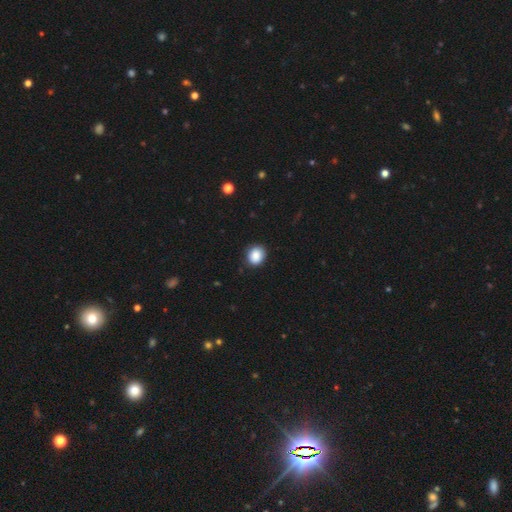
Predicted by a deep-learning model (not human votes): The model was most divided on "how rounded": round: 67%, in between: 32%, cigar-shaped: 1%. More confident: smooth or featured — smooth (87%); merging — none (84%).